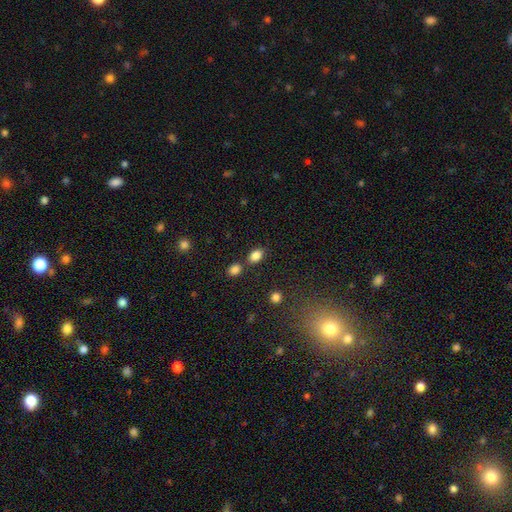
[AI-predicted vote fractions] Smooth or featured?
  - smooth: 84% *
  - star or artifact: 10%
  - featured or disk: 5%
How rounded?
  - in between: 82% *
  - round: 17%
  - cigar-shaped: 2%
Merging?
  - none: 68% *
  - merger: 17%
  - minor disturbance: 11%
  - major disturbance: 3%